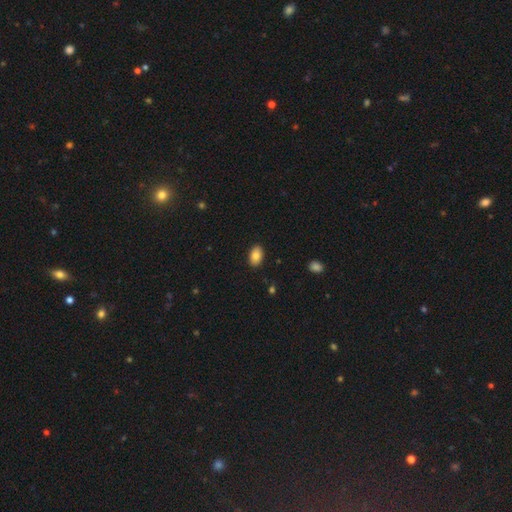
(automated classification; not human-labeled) This appears to be a smooth galaxy with no disk features (83%) that is in between round and cigar-shaped (92%). Merging: none (89%).